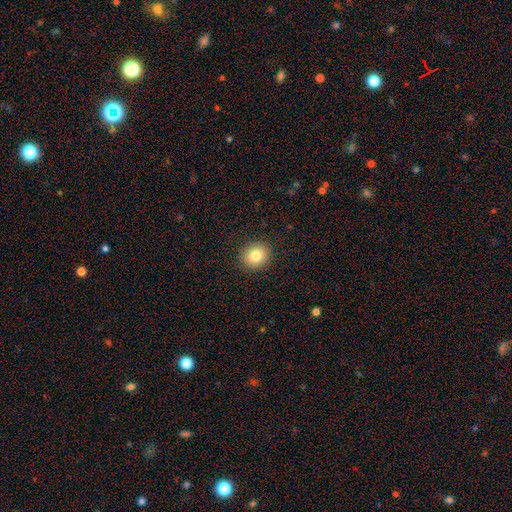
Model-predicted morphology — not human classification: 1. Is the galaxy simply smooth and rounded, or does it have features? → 83% smooth, 10% star or artifact, 7% featured or disk.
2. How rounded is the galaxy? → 74% round, 25% in between, 1% cigar-shaped.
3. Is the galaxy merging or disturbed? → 90% none, 7% minor disturbance, 2% major disturbance, 1% merger.